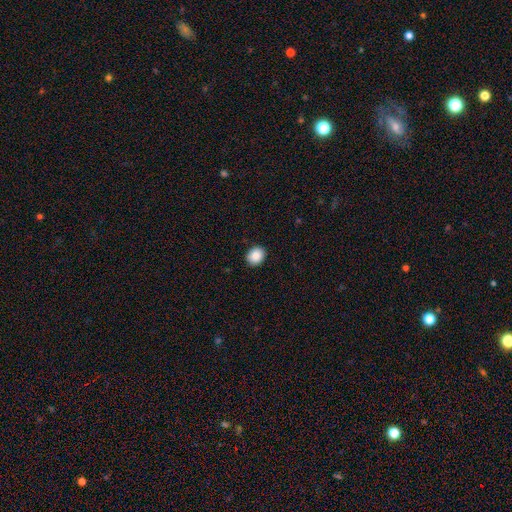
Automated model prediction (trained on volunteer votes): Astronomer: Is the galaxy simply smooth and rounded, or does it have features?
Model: smooth — 88%.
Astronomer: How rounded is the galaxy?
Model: round — 57% (runner-up: in between, 42%).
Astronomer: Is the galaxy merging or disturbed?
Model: none — 91%.